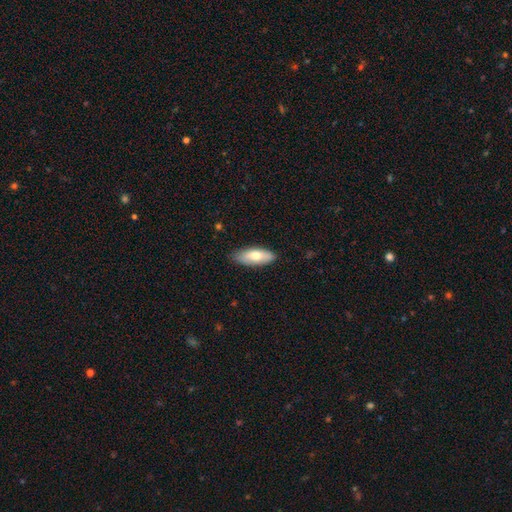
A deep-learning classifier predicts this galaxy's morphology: smooth 72%, featured or disk 22%, star or artifact 6%. Down the decision tree: how rounded — in between (79%); merging — none (82%).